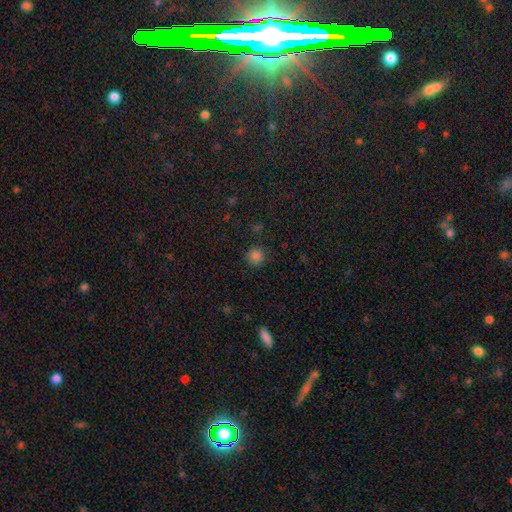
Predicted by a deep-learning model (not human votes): The model was most divided on "smooth or featured": smooth: 82%, star or artifact: 14%, featured or disk: 3%. More confident: how rounded — round (93%); merging — none (88%).